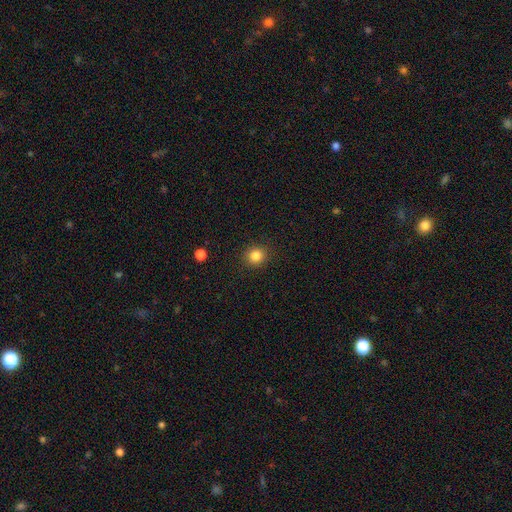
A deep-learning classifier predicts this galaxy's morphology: A smooth galaxy with no disk features (84%) that is round (85%).

Vote fractions:
- Smooth or featured? smooth: 84% / star or artifact: 12% / featured or disk: 5%
- How rounded? round: 85% / in between: 14% / cigar-shaped: 1%
- Merging? none: 90% / minor disturbance: 7% / major disturbance: 2% / merger: 1%